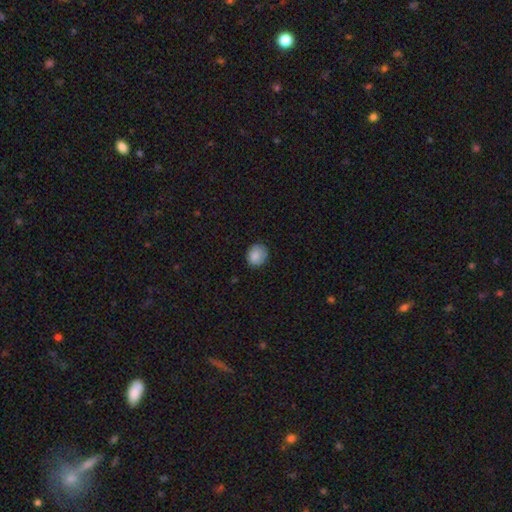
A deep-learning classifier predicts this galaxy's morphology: Smooth or featured? Predicted: smooth (p=0.85). How rounded? Predicted: round (p=0.73). Merging? Predicted: none (p=0.80).